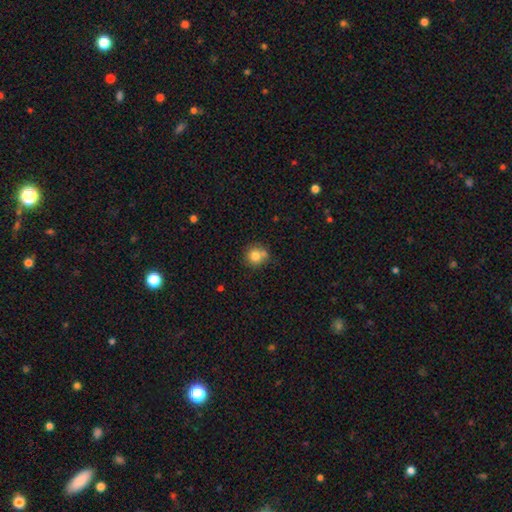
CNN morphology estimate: Smooth or featured? Predicted: smooth (p=0.79). How rounded? Predicted: round (p=0.89). Merging? Predicted: none (p=0.60).